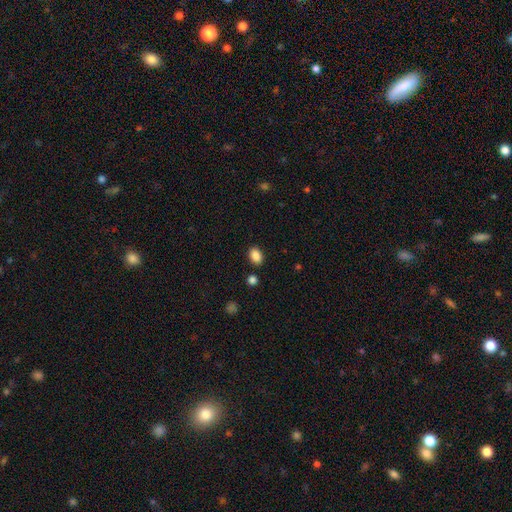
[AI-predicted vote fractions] A smooth galaxy with no disk features (87%) that is in between round and cigar-shaped (80%).

Vote fractions:
- Smooth or featured? smooth: 87% / star or artifact: 9% / featured or disk: 4%
- How rounded? in between: 80% / round: 19% / cigar-shaped: 1%
- Merging? none: 85% / minor disturbance: 9% / merger: 3% / major disturbance: 3%